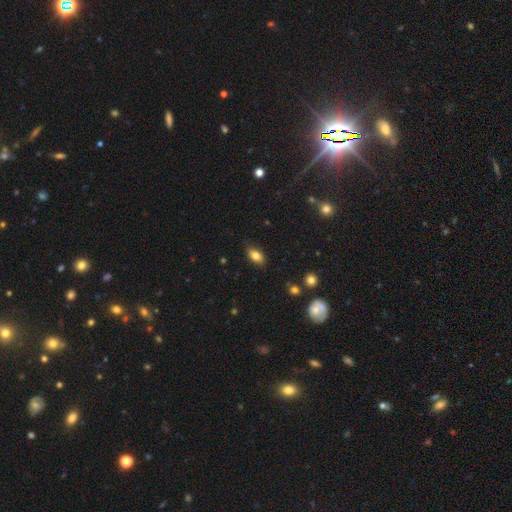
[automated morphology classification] Q: Smooth or featured?
A: smooth (81%); runner-up: featured or disk (10%)
Q: How rounded?
A: in between (89%); runner-up: round (7%)
Q: Merging?
A: none (84%); runner-up: minor disturbance (13%)